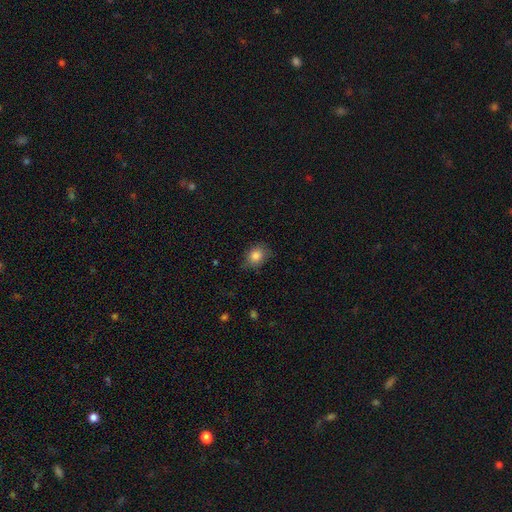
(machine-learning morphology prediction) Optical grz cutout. It shows a smooth galaxy with no disk features (84%) that is round (61%). Merging: none (71%).